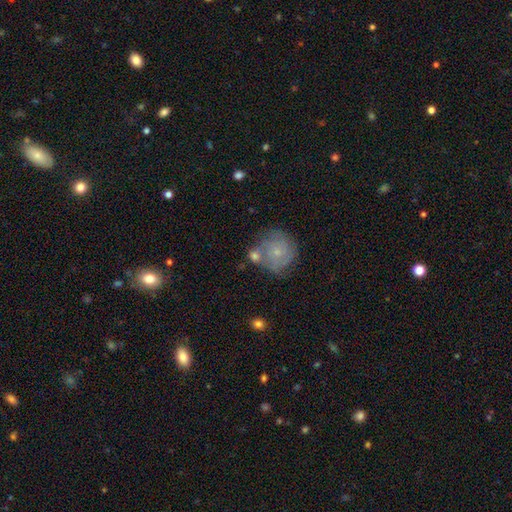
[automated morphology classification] Q: Smooth or featured?
A: featured or disk (52%); runner-up: smooth (39%)
Q: Edge-on disk?
A: no (97%); runner-up: yes (3%)
Q: Bar?
A: no (78%); runner-up: weak (19%)
Q: Spiral arms?
A: yes (73%); runner-up: no (27%)
Q: Bulge size?
A: small (72%); runner-up: moderate (20%)
Q: Merging?
A: none (53%); runner-up: merger (20%)